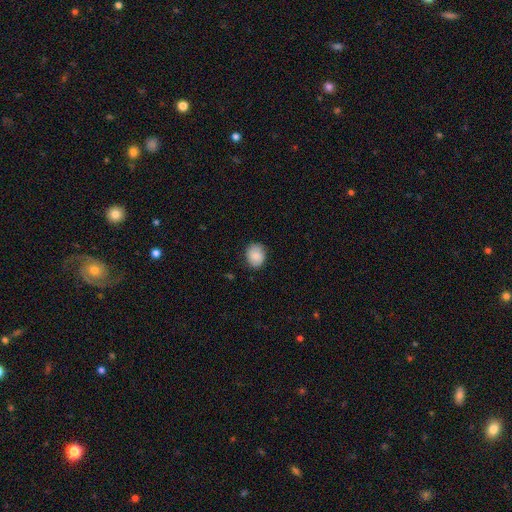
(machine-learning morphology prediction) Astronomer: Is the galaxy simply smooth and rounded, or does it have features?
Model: smooth — 76%.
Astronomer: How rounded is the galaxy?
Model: round — 59% (runner-up: in between, 40%).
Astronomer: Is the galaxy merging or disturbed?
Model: none — 80%.